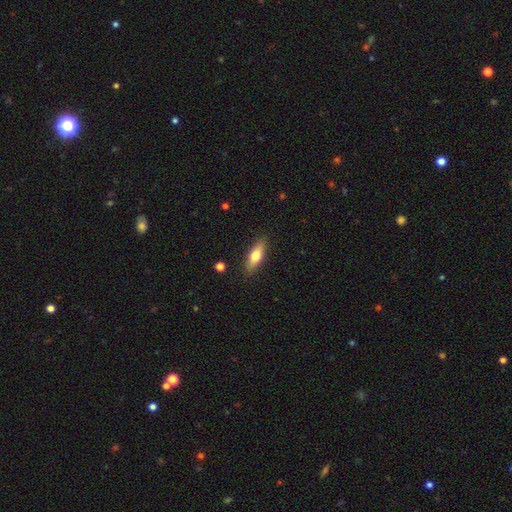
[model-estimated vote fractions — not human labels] This is likely a smooth galaxy (65%). How rounded: possibly in between (53%). Merging: clearly none (88%).